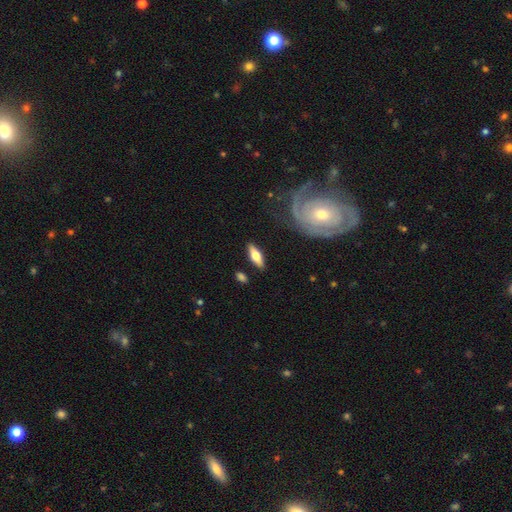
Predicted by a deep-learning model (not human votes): This is possibly a smooth galaxy (48%). Merging: clearly none (85%).